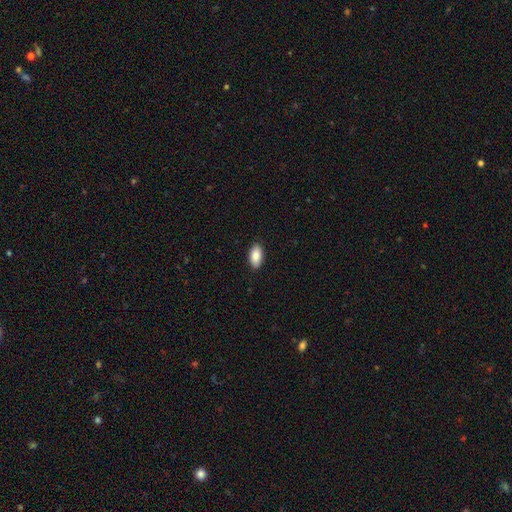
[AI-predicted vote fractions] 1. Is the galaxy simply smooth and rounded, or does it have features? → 88% smooth, 6% star or artifact, 6% featured or disk.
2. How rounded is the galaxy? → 94% in between, 3% cigar-shaped, 3% round.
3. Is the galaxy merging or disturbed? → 89% none, 8% minor disturbance, 2% major disturbance, 1% merger.